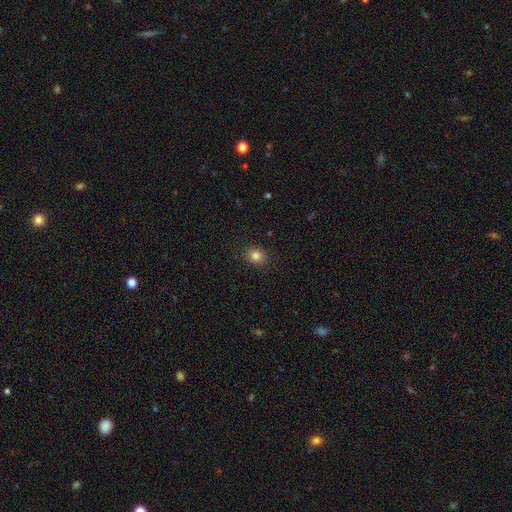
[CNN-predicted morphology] smooth 82%, star or artifact 12%, featured or disk 5%. Down the decision tree: how rounded — round (74%); merging — none (89%).